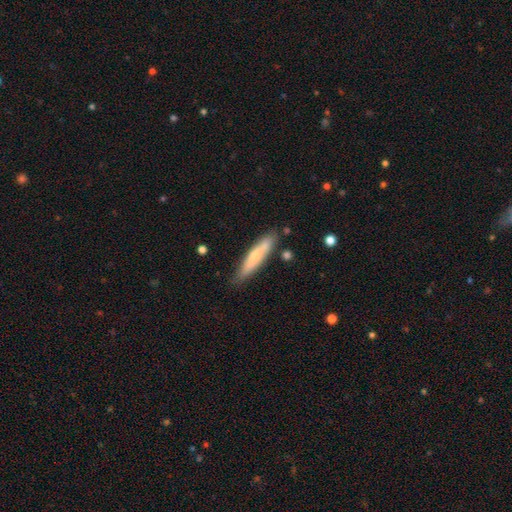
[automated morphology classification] smooth_or_featured: smooth (p=0.68) [alt: featured or disk p=0.26]
how_rounded: cigar-shaped (p=0.86) [alt: in between p=0.13]
merging: none (p=0.76) [alt: minor disturbance p=0.16]